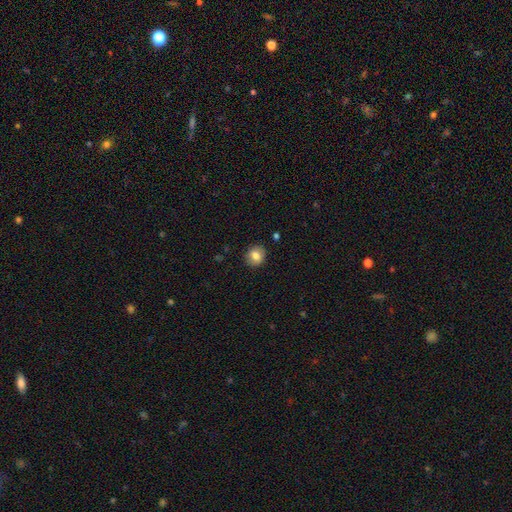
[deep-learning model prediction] smooth 81%, featured or disk 10%, star or artifact 9%. Down the decision tree: how rounded — round (80%); merging — none (89%).